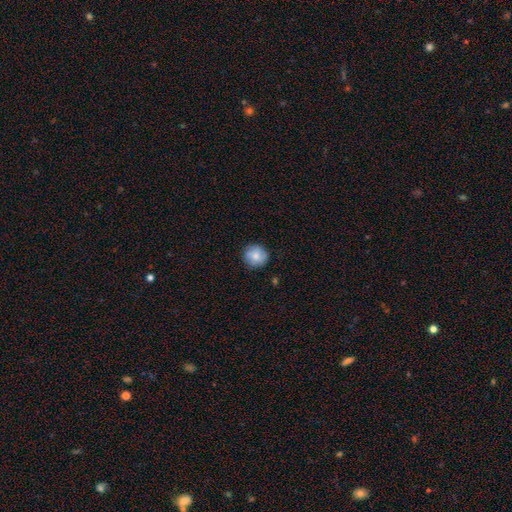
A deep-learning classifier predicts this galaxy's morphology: Smooth or featured? Predicted: smooth (p=0.75). How rounded? Predicted: round (p=0.91). Merging? Predicted: none (p=0.84).